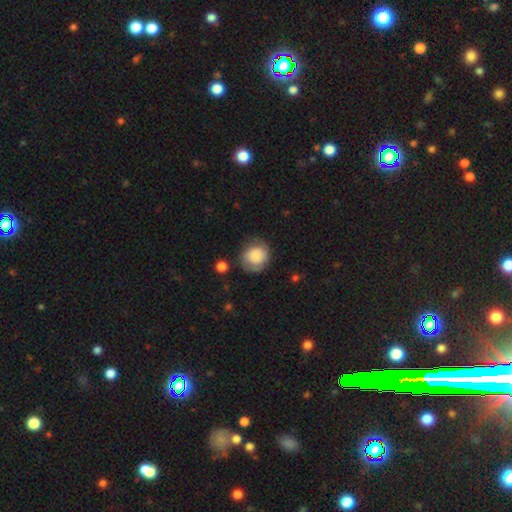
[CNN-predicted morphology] Smooth or featured?
  - smooth: 64% *
  - featured or disk: 28%
  - star or artifact: 8%
How rounded?
  - round: 76% *
  - in between: 23%
  - cigar-shaped: 1%
Merging?
  - none: 63% *
  - minor disturbance: 23%
  - major disturbance: 10%
  - merger: 3%